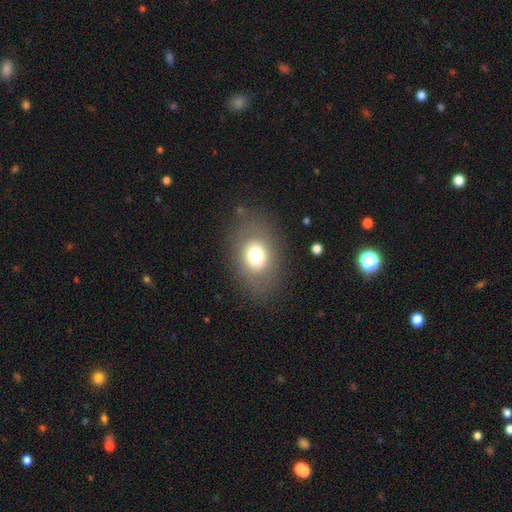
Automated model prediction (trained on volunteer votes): Smooth or featured? smooth (68%)
How rounded? in between (67%)
Merging? none (80%)